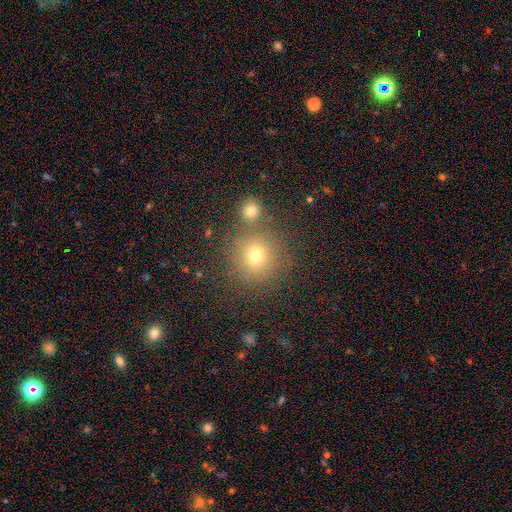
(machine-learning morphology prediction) This appears to be a smooth galaxy with no disk features (72%) that is round (92%). Merging: none (74%).